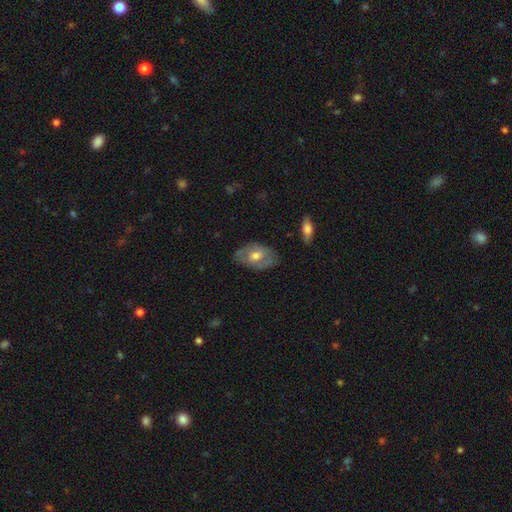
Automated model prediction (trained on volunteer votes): Smooth or featured? featured or disk (53%)
Edge-on disk? no (91%)
Merging? none (73%)